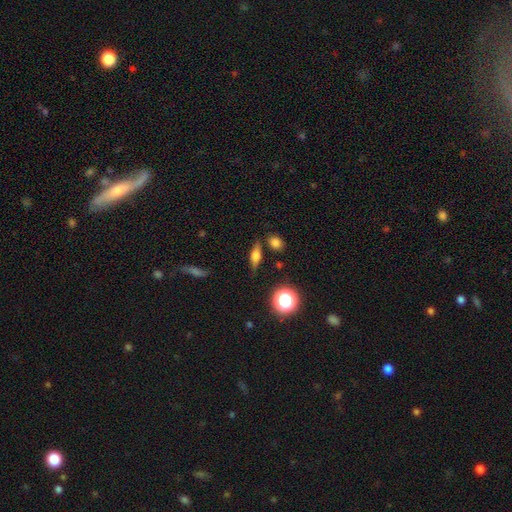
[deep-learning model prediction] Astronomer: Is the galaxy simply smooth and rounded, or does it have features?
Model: smooth — 50% (runner-up: featured or disk, 38%).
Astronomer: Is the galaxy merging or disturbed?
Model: none — 80%.